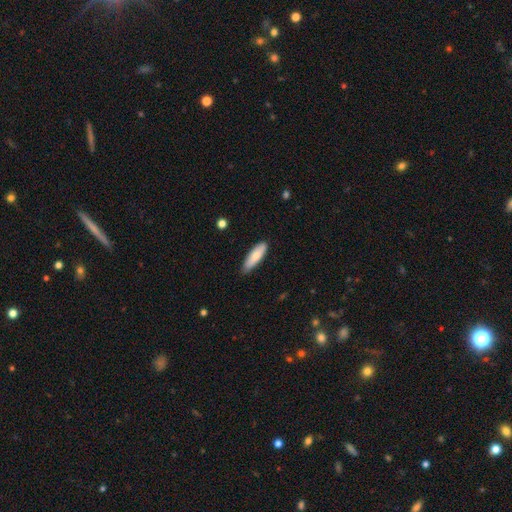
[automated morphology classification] The model was most divided on "how rounded": cigar-shaped: 57%, in between: 41%, round: 2%. More confident: merging — none (81%); smooth or featured — smooth (78%).